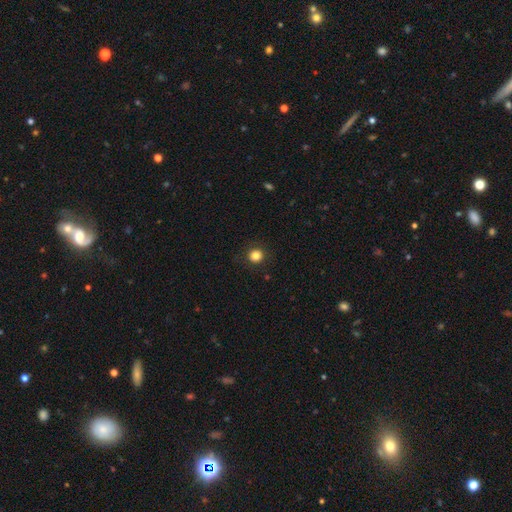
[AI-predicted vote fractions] This is clearly a smooth galaxy (84%). How rounded: clearly round (92%). Merging: clearly none (91%).